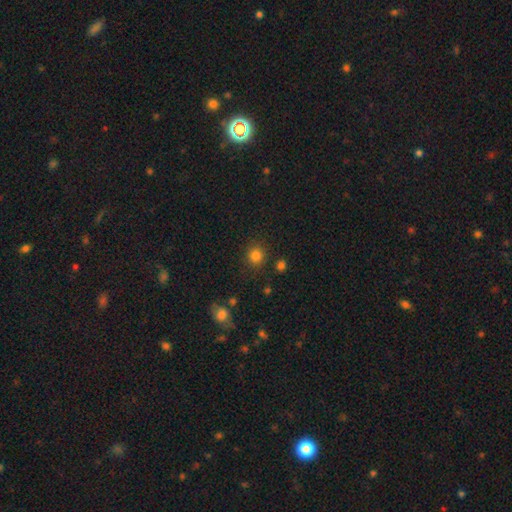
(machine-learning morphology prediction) smooth 82%, star or artifact 14%, featured or disk 4%. Down the decision tree: how rounded — round (89%); merging — none (85%).